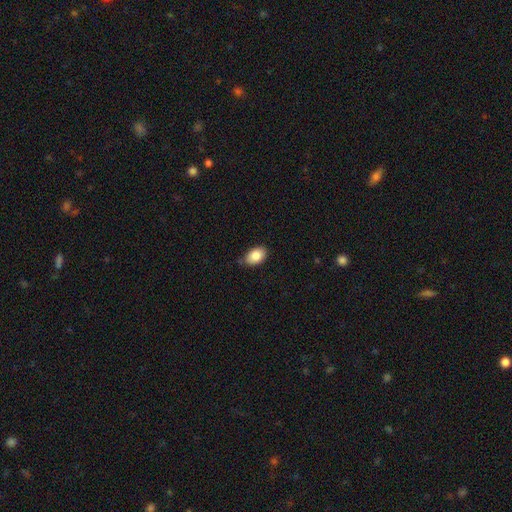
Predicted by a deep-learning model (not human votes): A smooth galaxy with no disk features (85%) that is in between round and cigar-shaped (89%). Merging: none (76%).